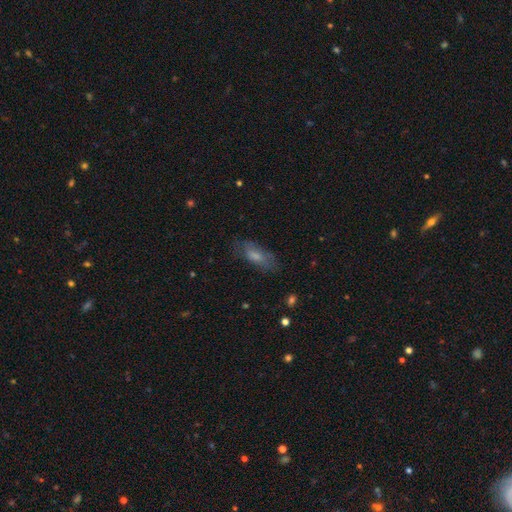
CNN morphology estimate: A smooth galaxy with no disk features (65%) that is in between round and cigar-shaped (75%). Merging: none (65%).